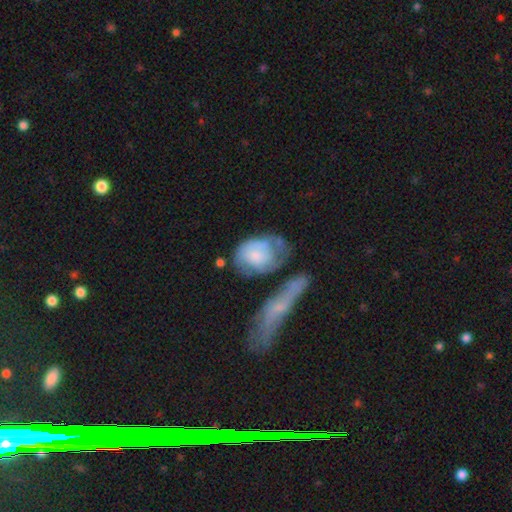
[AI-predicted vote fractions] smooth-or-featured: smooth: 50% | featured or disk: 44% | star or artifact: 6%
  merging: none: 36% | minor disturbance: 24% | merger: 21% | major disturbance: 19%